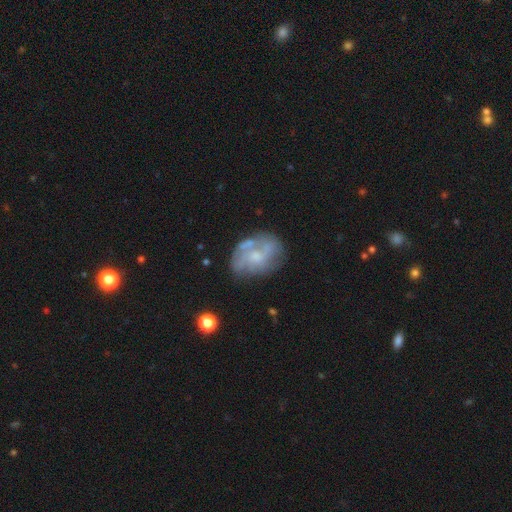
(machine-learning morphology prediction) Smooth or featured: featured or disk — 63% (smooth — 28%)
Edge-on disk: no — 97% (yes — 3%)
Bar: no — 76% (weak — 21%)
Spiral arms: no — 50% (tied with yes — 50%)
Bulge size: small — 39% (moderate — 38%)
Merging: none — 53% (minor disturbance — 24%)